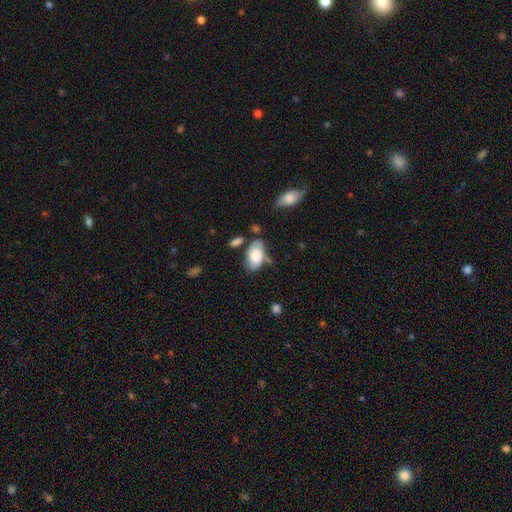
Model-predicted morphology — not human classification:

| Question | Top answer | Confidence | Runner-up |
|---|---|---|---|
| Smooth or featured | smooth | 75% | featured or disk (18%) |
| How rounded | in between | 94% | round (4%) |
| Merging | none | 52% | minor disturbance (28%) |